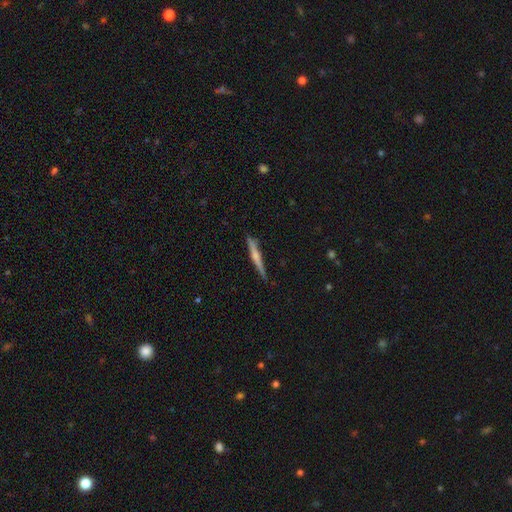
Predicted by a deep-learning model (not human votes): Smooth or featured?
  - featured or disk: 50% *
  - smooth: 44%
  - star or artifact: 6%
Merging?
  - none: 82% *
  - minor disturbance: 14%
  - major disturbance: 2%
  - merger: 2%